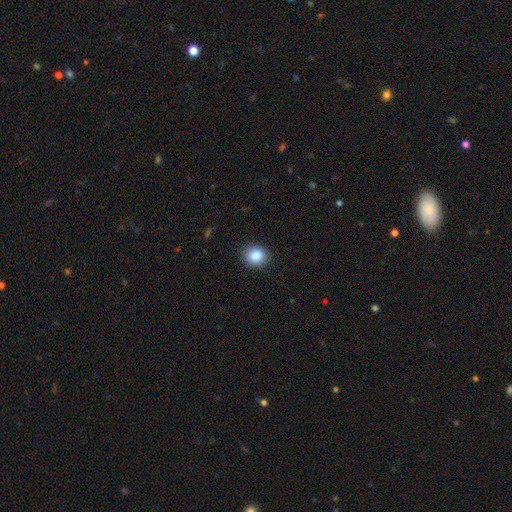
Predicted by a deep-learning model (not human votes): Smooth or featured: smooth — 86% (star or artifact — 9%)
How rounded: round — 74% (in between — 26%)
Merging: none — 90% (minor disturbance — 8%)